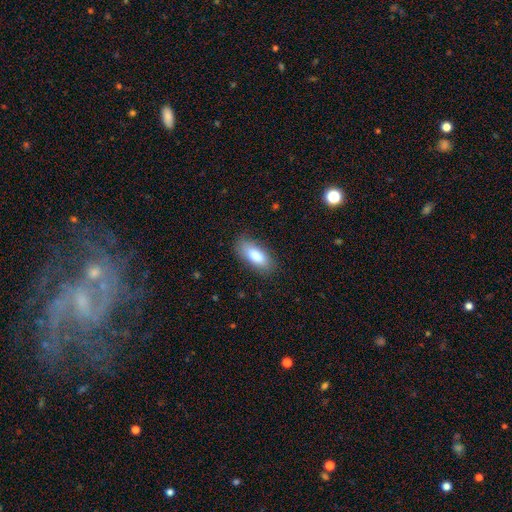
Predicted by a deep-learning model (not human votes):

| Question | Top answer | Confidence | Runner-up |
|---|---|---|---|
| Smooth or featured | smooth | 83% | featured or disk (11%) |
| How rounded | in between | 80% | cigar-shaped (18%) |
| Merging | none | 84% | minor disturbance (12%) |